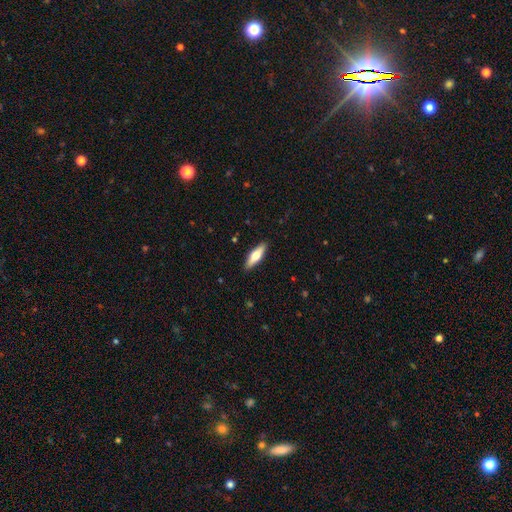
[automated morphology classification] Q: Smooth or featured?
A: smooth (54%); runner-up: featured or disk (41%)
Q: How rounded?
A: cigar-shaped (55%); runner-up: in between (43%)
Q: Merging?
A: none (90%); runner-up: minor disturbance (8%)